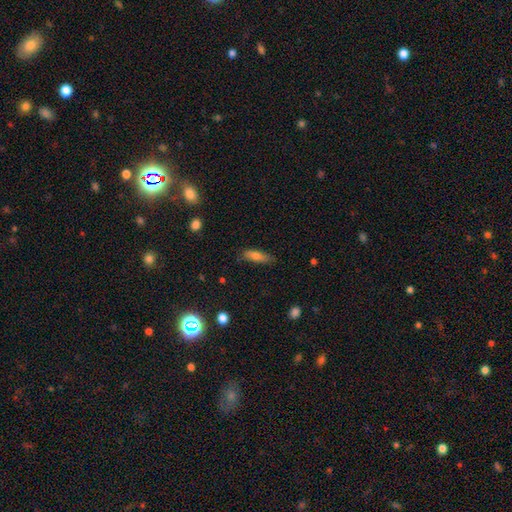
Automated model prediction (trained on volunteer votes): Smooth or featured? Predicted: smooth (p=0.74). How rounded? Predicted: cigar-shaped (p=0.54). Merging? Predicted: none (p=0.74).